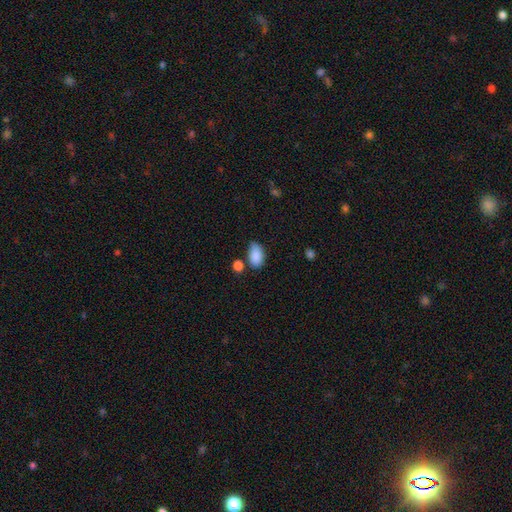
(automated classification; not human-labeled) smooth 87%, star or artifact 8%, featured or disk 6%. Down the decision tree: how rounded — in between (91%); merging — none (57%).